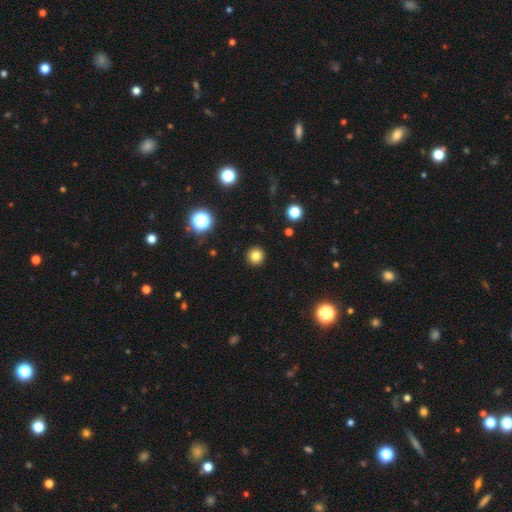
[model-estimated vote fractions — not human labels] Q: Smooth or featured?
A: smooth (82%); runner-up: star or artifact (13%)
Q: How rounded?
A: round (95%); runner-up: in between (4%)
Q: Merging?
A: none (93%); runner-up: minor disturbance (4%)